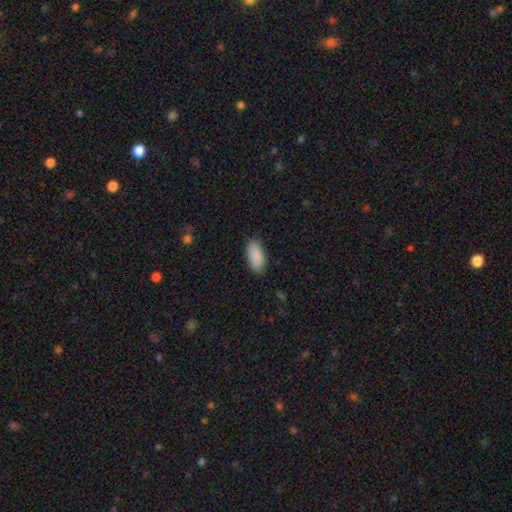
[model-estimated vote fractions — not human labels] Smooth or featured: smooth — 90% (star or artifact — 6%)
How rounded: in between — 92% (cigar-shaped — 6%)
Merging: none — 88% (minor disturbance — 9%)